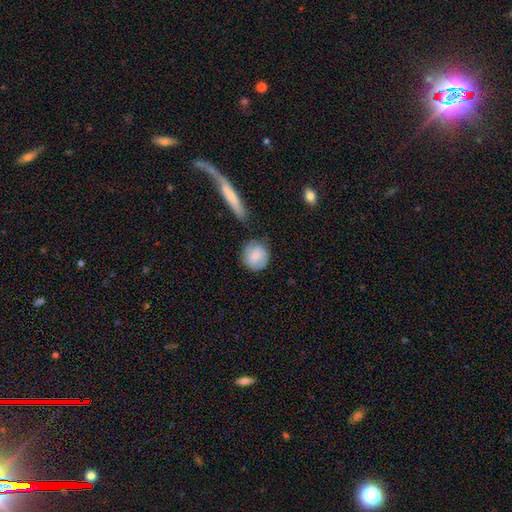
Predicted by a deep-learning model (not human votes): Smooth or featured: smooth — 65% (featured or disk — 29%)
How rounded: round — 85% (in between — 14%)
Merging: none — 69% (minor disturbance — 19%)